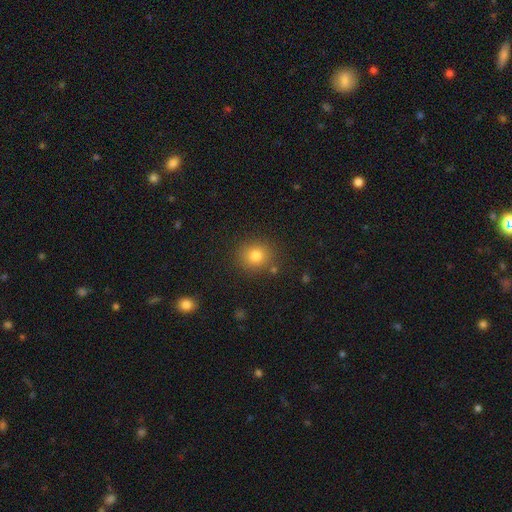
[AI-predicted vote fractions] Overall: smooth (80%). How rounded: round (87%). Merging: none (85%).